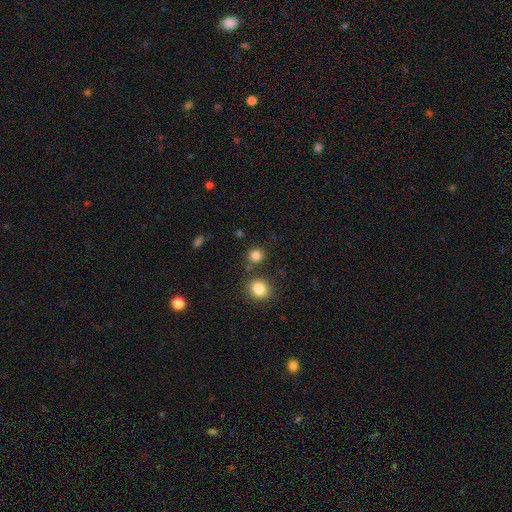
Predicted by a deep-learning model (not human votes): smooth-or-featured: smooth: 83% | star or artifact: 13% | featured or disk: 5%
  how-rounded: round: 89% | in between: 10% | cigar-shaped: 1%
  merging: none: 79% | merger: 11% | minor disturbance: 8% | major disturbance: 3%